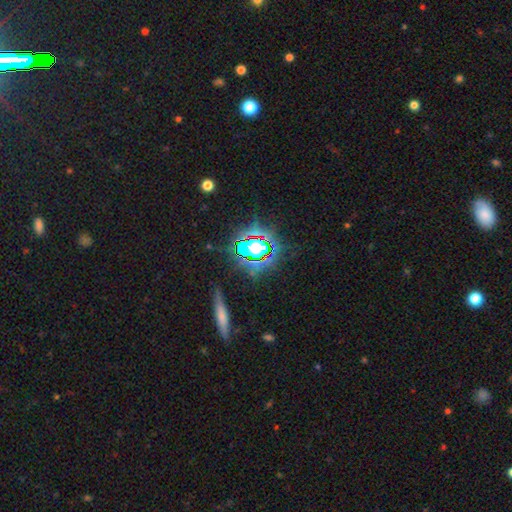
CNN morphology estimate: Smooth or featured? Predicted: star or artifact (p=0.71).